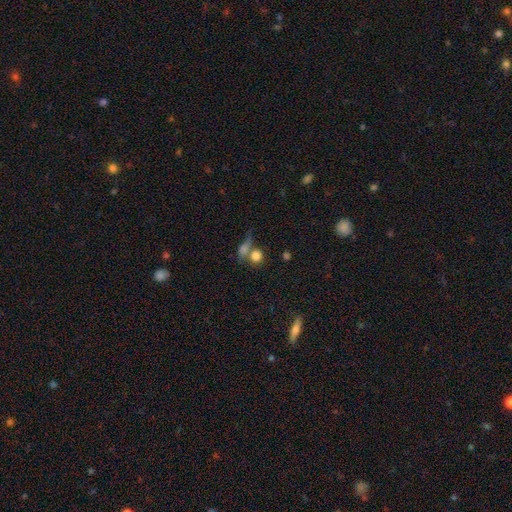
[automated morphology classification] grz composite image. It shows a smooth galaxy with no disk features (79%) that is round (78%). Merging: none (45%).